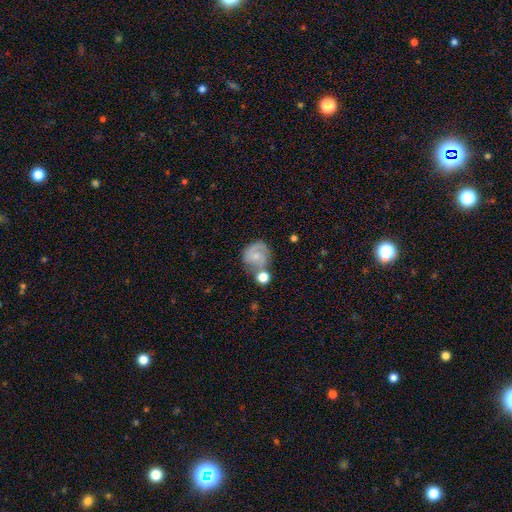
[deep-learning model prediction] Smooth or featured?
  - featured or disk: 47% *
  - smooth: 44%
  - star or artifact: 9%
Merging?
  - none: 46% *
  - merger: 21%
  - minor disturbance: 21%
  - major disturbance: 11%